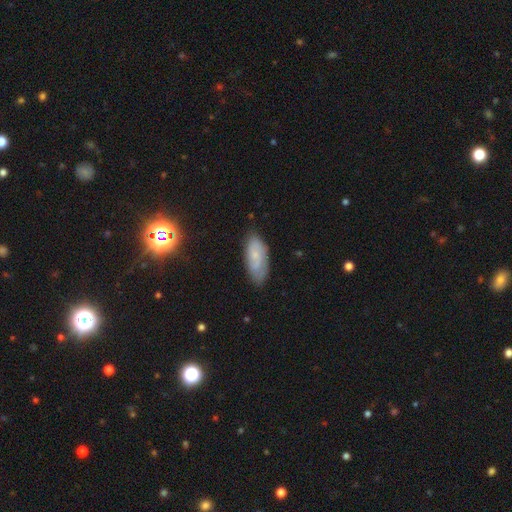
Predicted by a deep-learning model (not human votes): smooth-or-featured: featured or disk: 47% | smooth: 43% | star or artifact: 9%
  merging: none: 72% | minor disturbance: 21% | major disturbance: 5% | merger: 2%